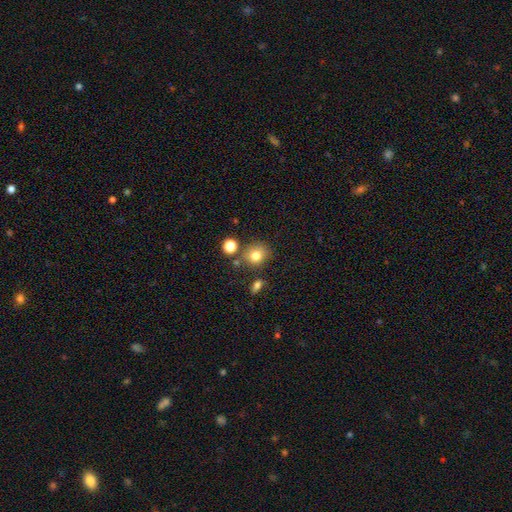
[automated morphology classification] type=smooth (79%); roundness=round (77%); merging=none (74%).